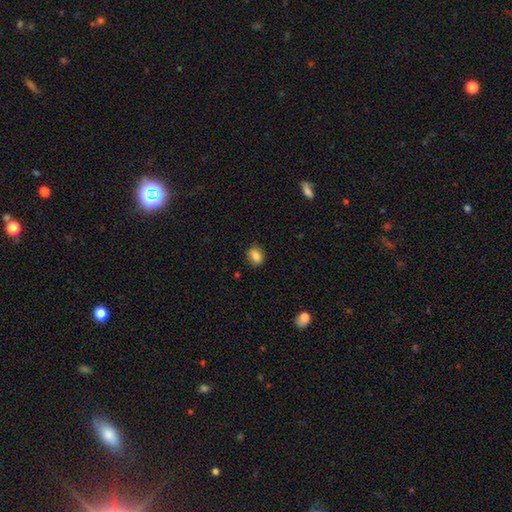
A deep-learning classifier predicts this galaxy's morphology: A smooth galaxy with no disk features (85%) that is in between round and cigar-shaped (57%).

Vote fractions:
- Smooth or featured? smooth: 85% / star or artifact: 9% / featured or disk: 6%
- How rounded? in between: 57% / round: 41% / cigar-shaped: 1%
- Merging? none: 80% / minor disturbance: 15% / major disturbance: 3% / merger: 1%